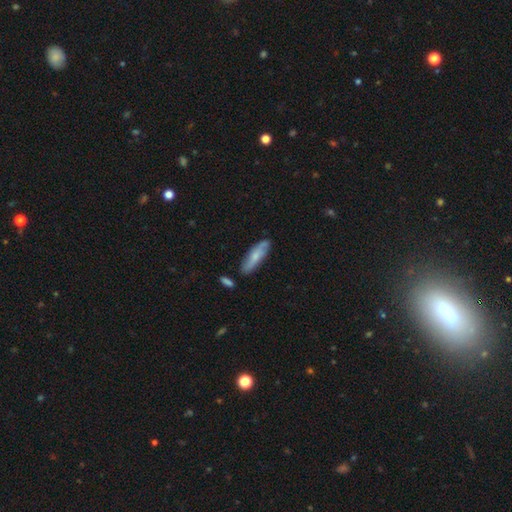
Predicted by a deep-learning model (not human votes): Smooth or featured?
  - smooth: 62% *
  - featured or disk: 32%
  - star or artifact: 6%
How rounded?
  - cigar-shaped: 62% *
  - in between: 36%
  - round: 2%
Merging?
  - none: 76% *
  - minor disturbance: 16%
  - merger: 4%
  - major disturbance: 3%